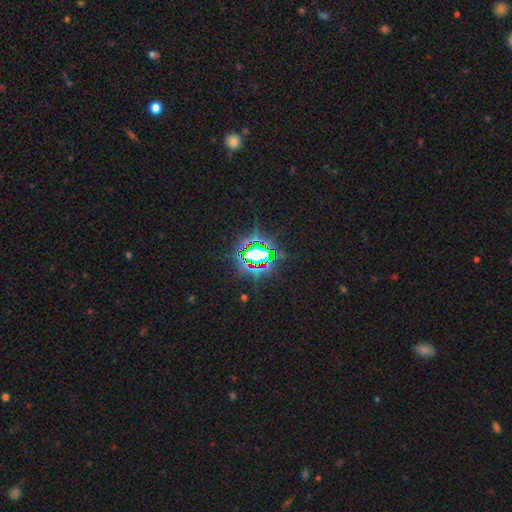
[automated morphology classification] Smooth or featured?
  - star or artifact: 77% *
  - smooth: 13%
  - featured or disk: 10%